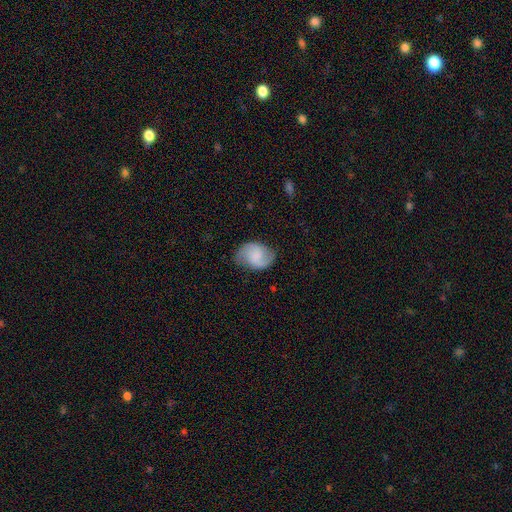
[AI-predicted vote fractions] Smooth or featured? Predicted: featured or disk (p=0.66). Edge-on disk? Predicted: no (p=0.98). Bar? Predicted: no (p=0.50). Spiral arms? Predicted: yes (p=0.94). Spiral winding? Predicted: medium (p=0.45). Spiral arm count? Predicted: 2 (p=0.90). Bulge size? Predicted: none (p=0.43). Merging? Predicted: none (p=0.76).